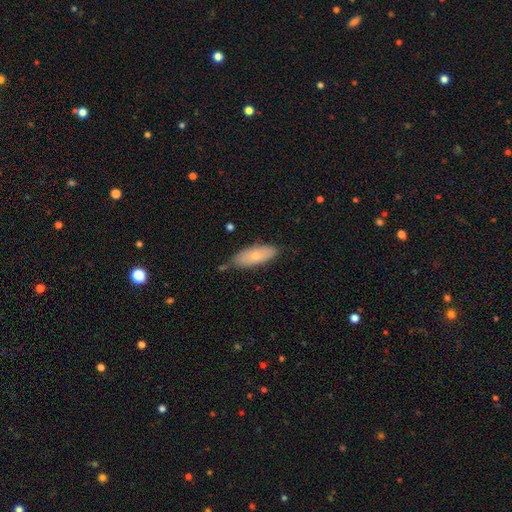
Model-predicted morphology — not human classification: Q: Smooth or featured?
A: smooth (70%); runner-up: featured or disk (24%)
Q: How rounded?
A: in between (74%); runner-up: cigar-shaped (24%)
Q: Merging?
A: none (72%); runner-up: minor disturbance (20%)